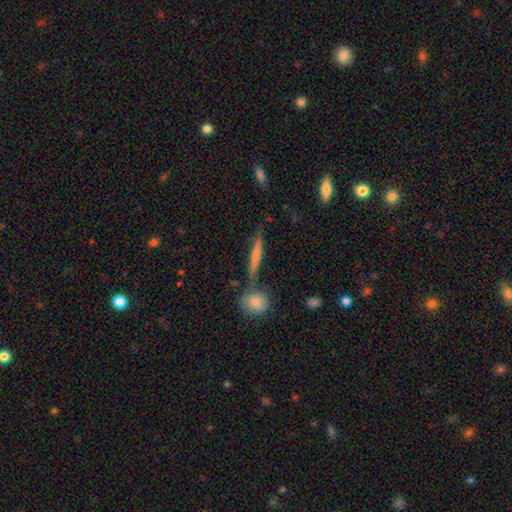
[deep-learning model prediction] A smooth galaxy with no disk features (66%) that is cigar-shaped (90%).

Vote fractions:
- Smooth or featured? smooth: 66% / featured or disk: 27% / star or artifact: 7%
- How rounded? cigar-shaped: 90% / in between: 8% / round: 3%
- Merging? none: 72% / minor disturbance: 13% / merger: 11% / major disturbance: 4%